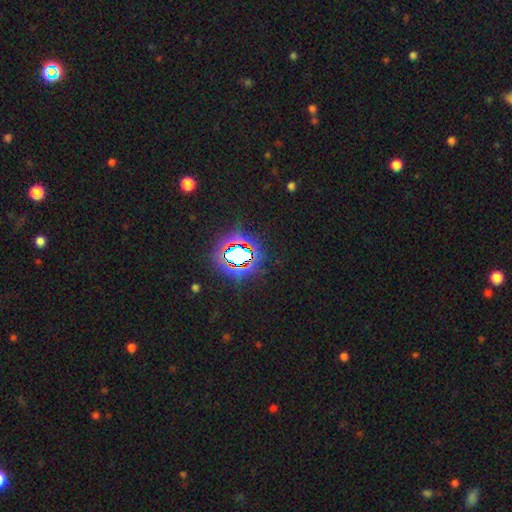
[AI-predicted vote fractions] A star or artifact, not a galaxy (83%).

Vote fractions:
- Smooth or featured? star or artifact: 83% / smooth: 10% / featured or disk: 7%